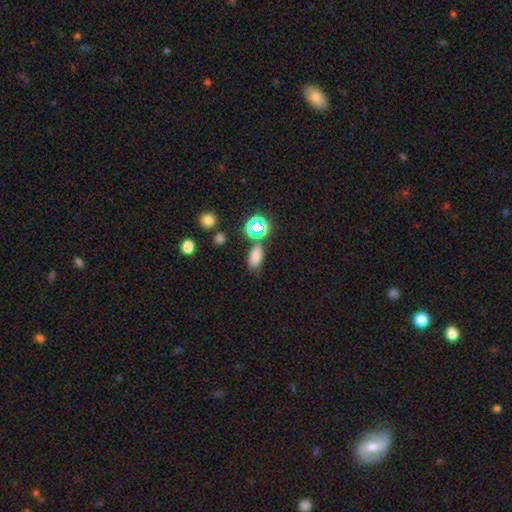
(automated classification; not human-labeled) smooth_or_featured: smooth (p=0.75) [alt: star or artifact p=0.19]
how_rounded: in between (p=0.86) [alt: round p=0.11]
merging: none (p=0.75) [alt: minor disturbance p=0.14]